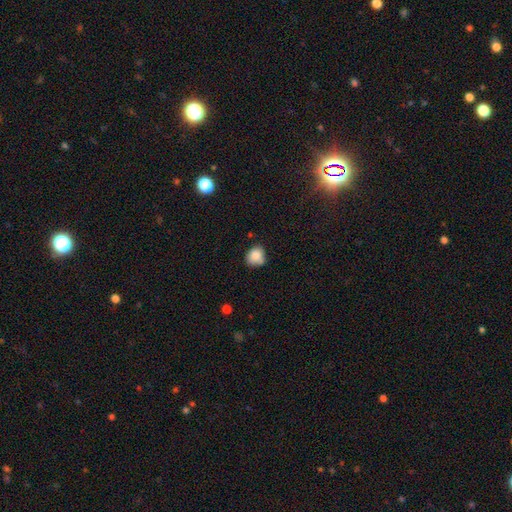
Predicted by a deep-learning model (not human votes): smooth-or-featured: smooth: 83% | star or artifact: 9% | featured or disk: 8%
  how-rounded: round: 65% | in between: 34% | cigar-shaped: 1%
  merging: none: 59% | minor disturbance: 27% | merger: 9% | major disturbance: 6%